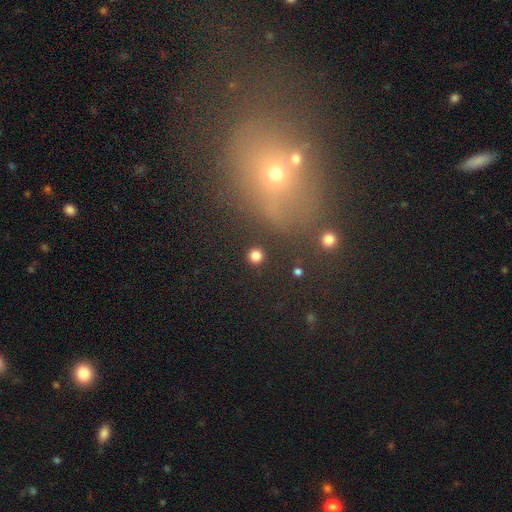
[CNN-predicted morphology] type=smooth (82%); roundness=round (94%); merging=none (92%).